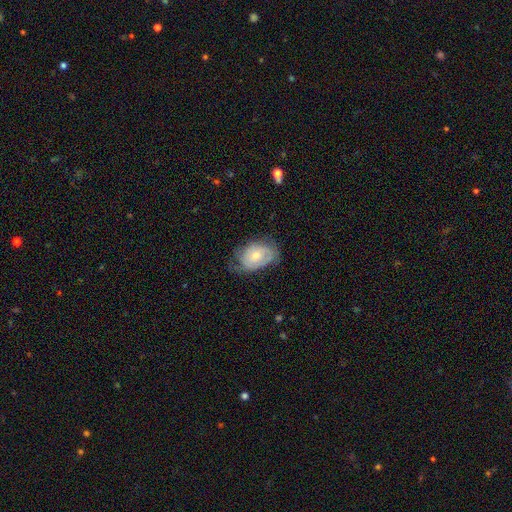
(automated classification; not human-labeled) Smooth or featured? featured or disk (49%)
Merging? none (53%)